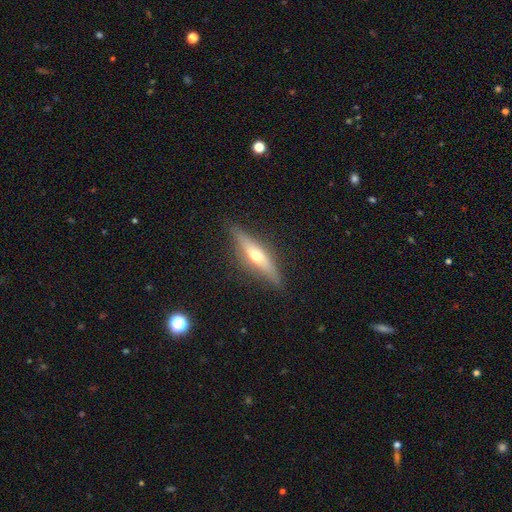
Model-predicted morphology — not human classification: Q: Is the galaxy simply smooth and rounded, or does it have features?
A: featured or disk — 59%.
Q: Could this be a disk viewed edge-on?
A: yes — 89%.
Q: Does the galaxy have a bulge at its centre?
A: rounded — 90%.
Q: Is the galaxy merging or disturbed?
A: none — 85%.